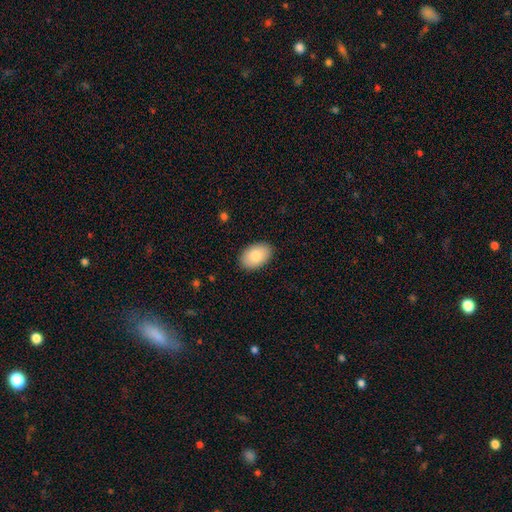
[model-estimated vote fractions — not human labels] smooth 84%, featured or disk 10%, star or artifact 6%. Down the decision tree: how rounded — in between (92%); merging — none (88%).